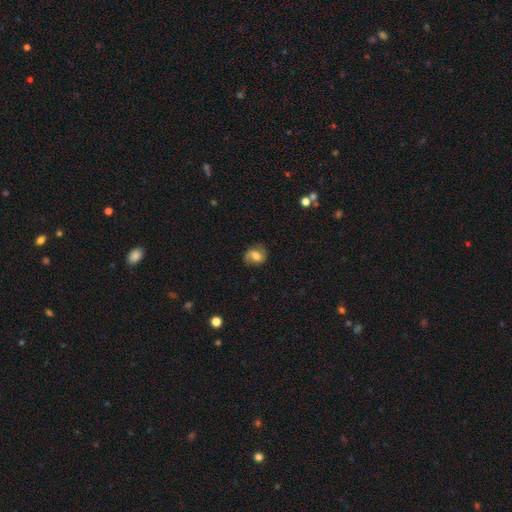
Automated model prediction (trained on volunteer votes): This is possibly a featured or disk galaxy (50%). It is clearly not viewed edge-on (97%). Merging: likely none (71%).